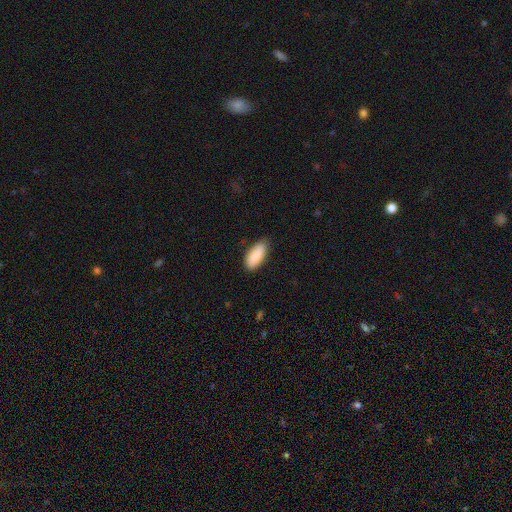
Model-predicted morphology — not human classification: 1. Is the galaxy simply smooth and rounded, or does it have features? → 89% smooth, 6% star or artifact, 6% featured or disk.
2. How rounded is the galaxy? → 88% in between, 10% cigar-shaped, 2% round.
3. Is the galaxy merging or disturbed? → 80% none, 16% minor disturbance, 2% major disturbance, 1% merger.